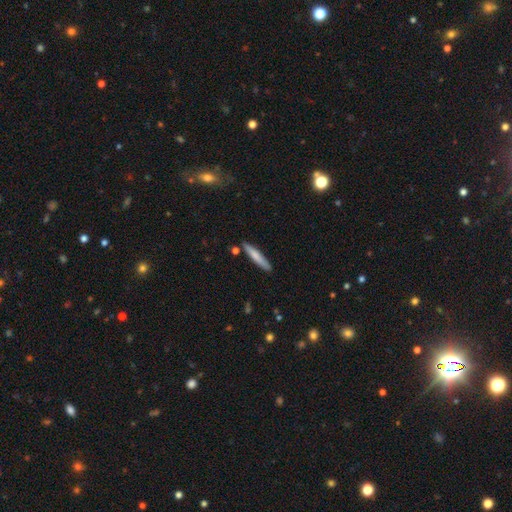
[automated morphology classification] smooth_or_featured: smooth (p=0.71) [alt: featured or disk p=0.24]
how_rounded: cigar-shaped (p=0.91) [alt: in between p=0.07]
merging: none (p=0.85) [alt: minor disturbance p=0.10]